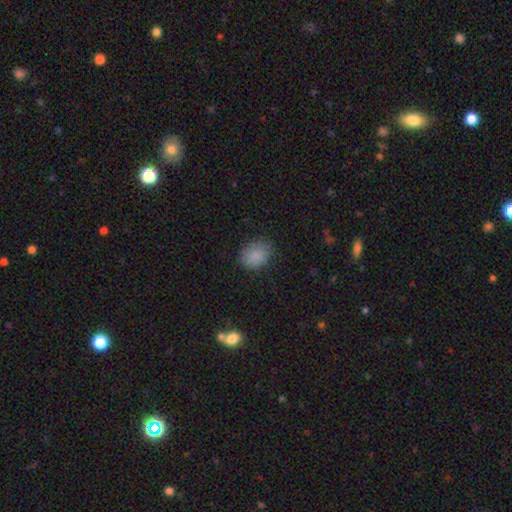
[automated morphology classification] Q: Smooth or featured?
A: smooth (86%); runner-up: star or artifact (9%)
Q: How rounded?
A: in between (53%); runner-up: round (46%)
Q: Merging?
A: none (77%); runner-up: minor disturbance (18%)